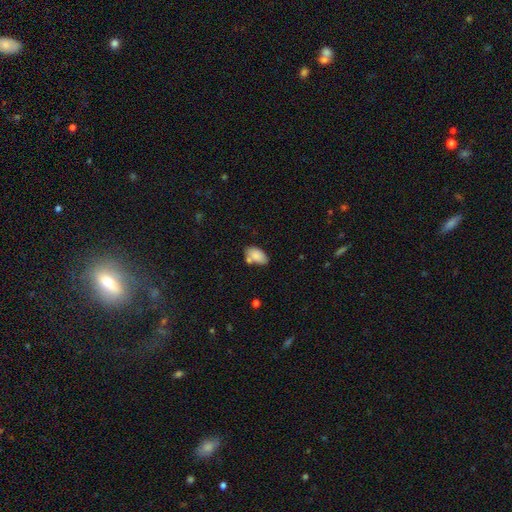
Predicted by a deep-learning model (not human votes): Smooth or featured? smooth (84%)
How rounded? in between (93%)
Merging? none (58%)